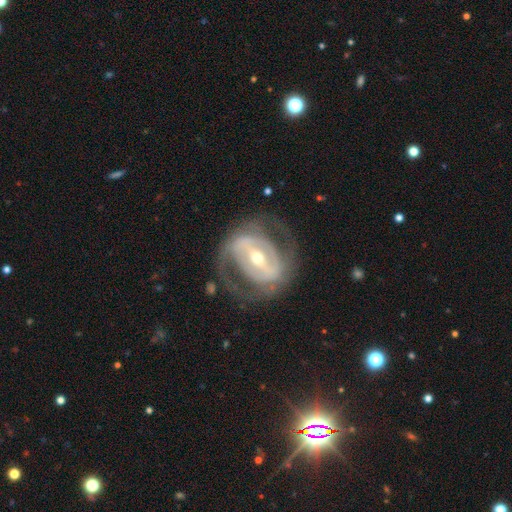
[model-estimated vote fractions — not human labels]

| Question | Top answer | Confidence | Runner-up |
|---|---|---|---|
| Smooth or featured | featured or disk | 85% | smooth (9%) |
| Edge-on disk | no | 95% | yes (5%) |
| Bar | strong | 58% | weak (28%) |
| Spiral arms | yes | 80% | no (20%) |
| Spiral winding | medium | 43% | tight (39%) |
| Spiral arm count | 2 | 74% | can't tell (15%) |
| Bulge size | moderate | 53% | small (42%) |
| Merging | none | 65% | major disturbance (18%) |